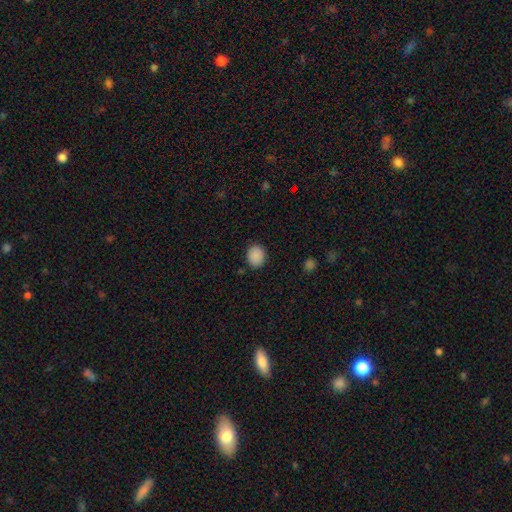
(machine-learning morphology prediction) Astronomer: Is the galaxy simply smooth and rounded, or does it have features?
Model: smooth — 88%.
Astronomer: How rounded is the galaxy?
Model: round — 62%.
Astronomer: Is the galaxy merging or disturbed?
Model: none — 86%.